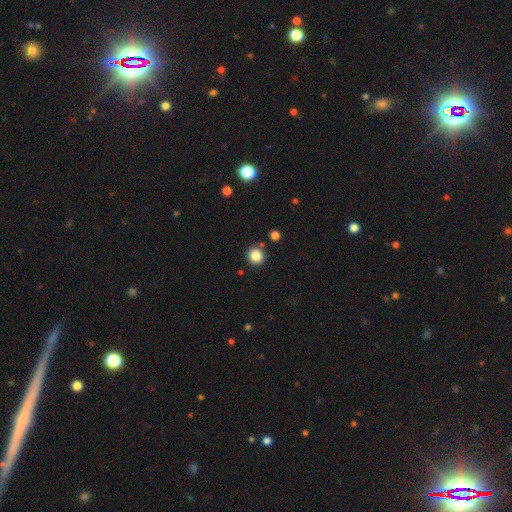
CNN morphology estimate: Smooth or featured? Predicted: smooth (p=0.85). How rounded? Predicted: round (p=0.93). Merging? Predicted: none (p=0.86).